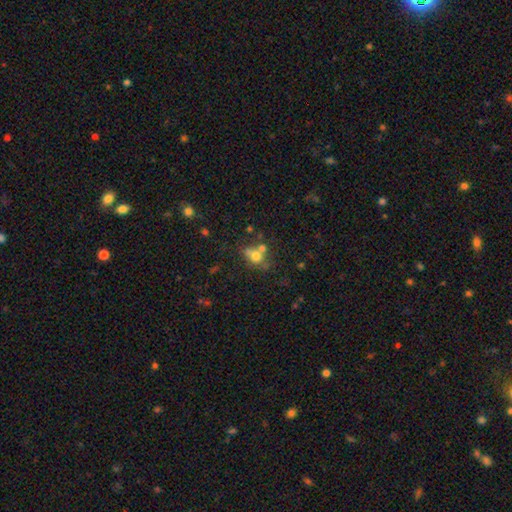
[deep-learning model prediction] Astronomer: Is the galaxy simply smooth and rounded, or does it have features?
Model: smooth — 65%.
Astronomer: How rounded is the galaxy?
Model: round — 64%.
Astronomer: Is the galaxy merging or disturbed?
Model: none — 43% (runner-up: merger, 36%).